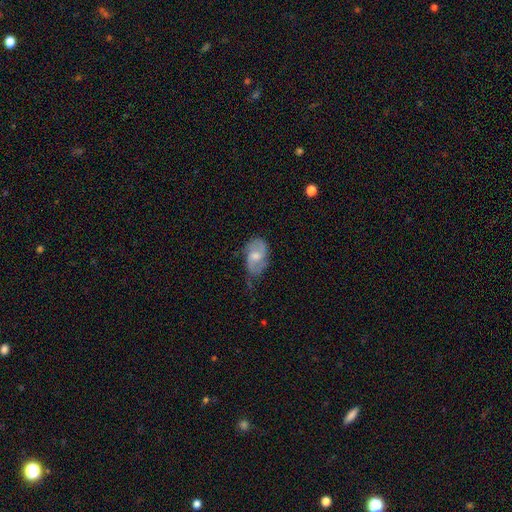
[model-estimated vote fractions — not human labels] Overall: featured or disk (59%; smooth 34%). Edge-on disk: no (96%). Bar: weak (48%; no 44%). Spiral arms: yes (86%). Bulge size: moderate (59%; small 27%). Merging: none (53%; minor disturbance 32%).